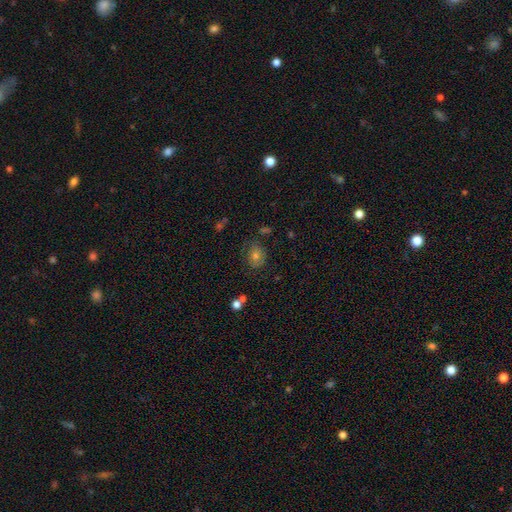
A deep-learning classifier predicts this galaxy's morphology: A smooth galaxy with no disk features (54%) that is round (67%). Merging: none (76%).